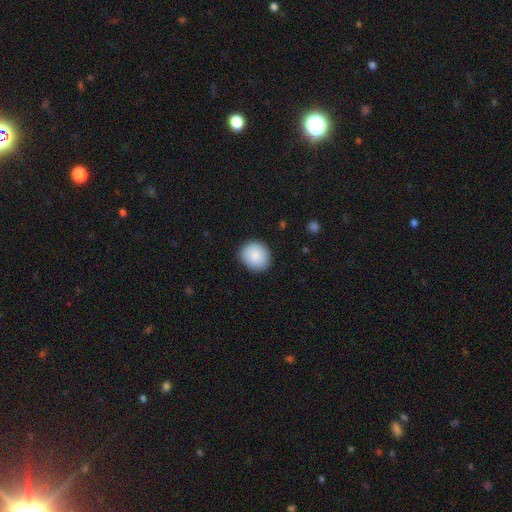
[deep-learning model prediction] Smooth or featured?
  - smooth: 88% *
  - star or artifact: 7%
  - featured or disk: 5%
How rounded?
  - round: 82% *
  - in between: 18%
  - cigar-shaped: 1%
Merging?
  - none: 87% *
  - minor disturbance: 10%
  - major disturbance: 2%
  - merger: 1%